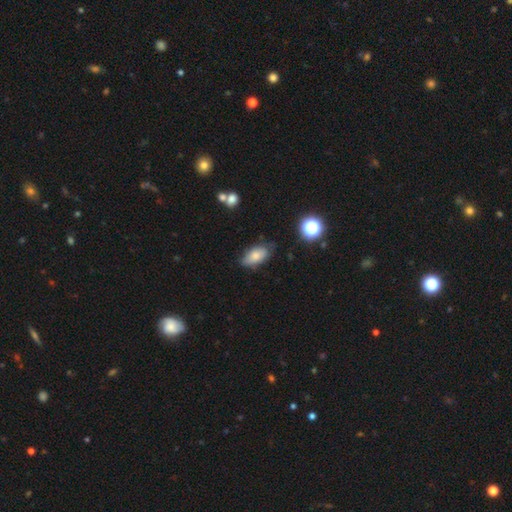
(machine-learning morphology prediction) The model was most divided on "merging": none: 72%, minor disturbance: 22%, major disturbance: 4%, merger: 2%. More confident: how rounded — in between (90%); smooth or featured — smooth (77%).